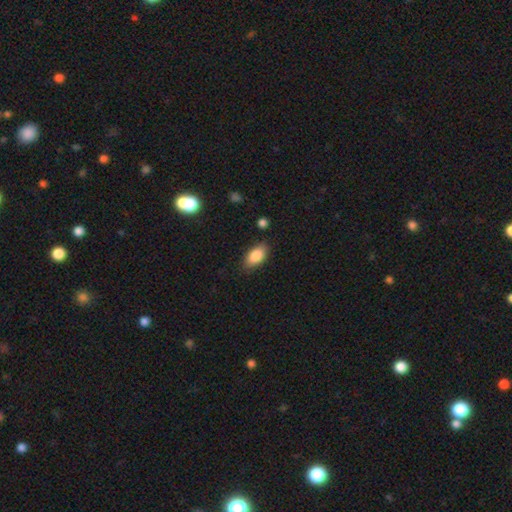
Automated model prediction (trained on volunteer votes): Smooth or featured?
  - smooth: 85% *
  - star or artifact: 7%
  - featured or disk: 7%
How rounded?
  - in between: 91% *
  - round: 5%
  - cigar-shaped: 4%
Merging?
  - none: 82% *
  - minor disturbance: 13%
  - major disturbance: 3%
  - merger: 2%